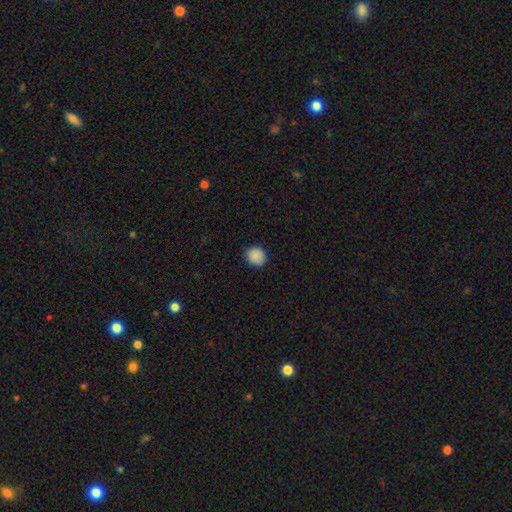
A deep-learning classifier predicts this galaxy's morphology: This appears to be a smooth galaxy with no disk features (89%) that is round (81%). Merging: none (88%).